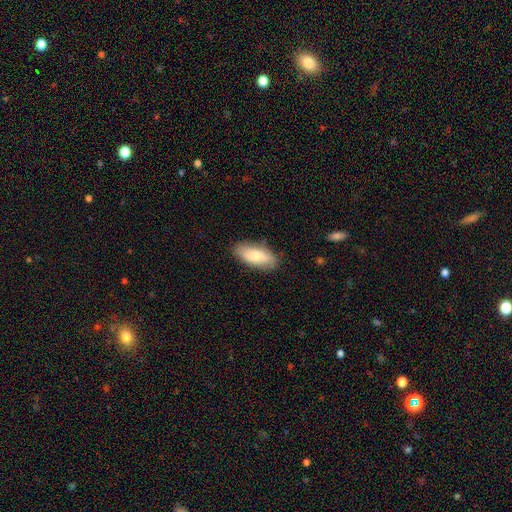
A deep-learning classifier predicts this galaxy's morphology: smooth 73%, featured or disk 20%, star or artifact 6%. Down the decision tree: how rounded — in between (86%); merging — none (84%).